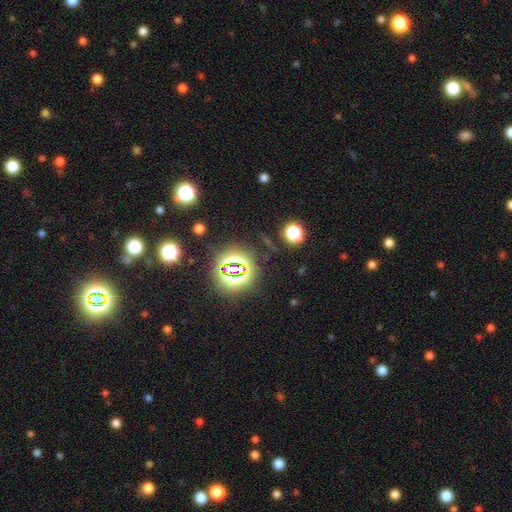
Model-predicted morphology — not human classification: Smooth or featured? star or artifact (80%)